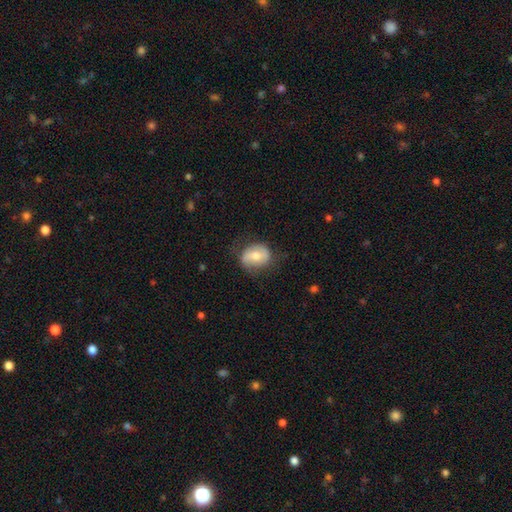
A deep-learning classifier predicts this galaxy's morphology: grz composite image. It shows a smooth galaxy with no disk features (54%) that is in between round and cigar-shaped (54%). Merging: none (65%).